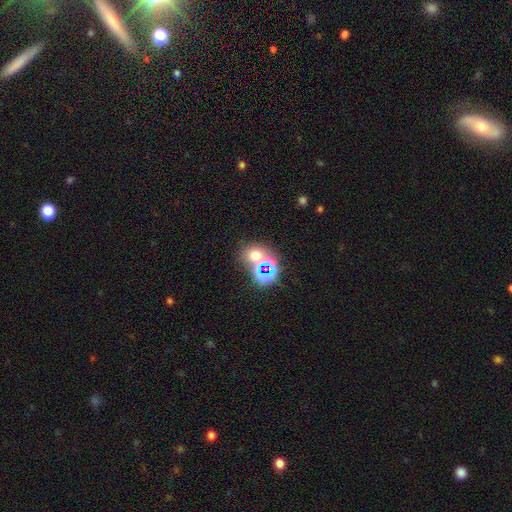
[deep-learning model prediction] smooth 48%, star or artifact 41%, featured or disk 11%. Down the decision tree: merging — none (54%).